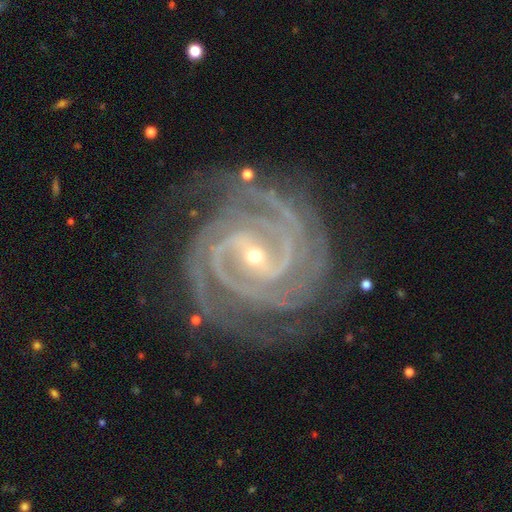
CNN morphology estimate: A featured or disk galaxy (94%) with a strong bar (42%), 2 (29%) tight (78%) spiral arms (99%) and a small central bulge (71%).

Vote fractions:
- Smooth or featured? featured or disk: 94% / star or artifact: 4% / smooth: 2%
- Edge-on disk? no: 98% / yes: 2%
- Bar? strong: 42% / weak: 39% / no: 19%
- Spiral arms? yes: 99% / no: 1%
- Spiral winding? tight: 78% / medium: 20% / loose: 2%
- Spiral arm count? 2: 29% / 3: 24% / 4: 19% / can't tell: 11% / more than 4: 9% / 1: 7%
- Bulge size? small: 71% / moderate: 26% / large: 1% / none: 1% / dominant: 1%
- Merging? none: 78% / minor disturbance: 15% / major disturbance: 6% / merger: 1%